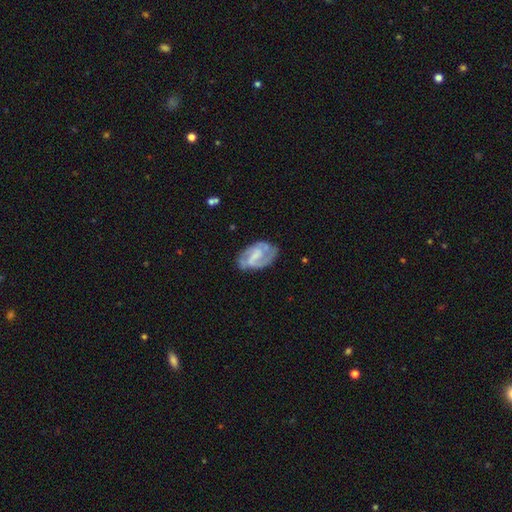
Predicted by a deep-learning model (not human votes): Smooth or featured: featured or disk — 77% (smooth — 18%)
Edge-on disk: no — 97% (yes — 3%)
Bar: weak — 46% (strong — 28%)
Spiral arms: yes — 88% (no — 12%)
Spiral winding: medium — 45% (tight — 38%)
Spiral arm count: 2 — 72% (can't tell — 14%)
Bulge size: none — 41% (small — 30%)
Merging: none — 66% (minor disturbance — 22%)